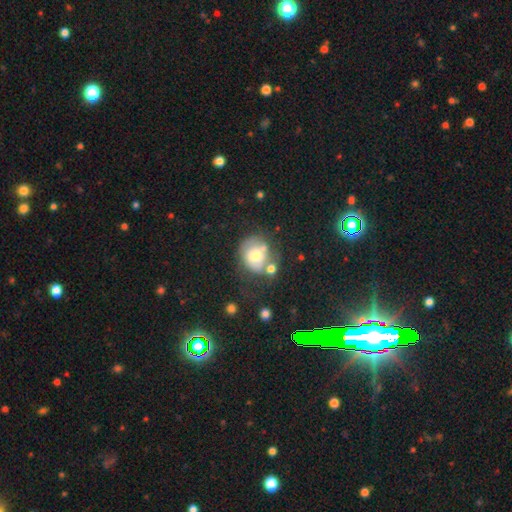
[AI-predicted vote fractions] smooth-or-featured: smooth: 55% | featured or disk: 35% | star or artifact: 10%
  how-rounded: round: 64% | in between: 35% | cigar-shaped: 1%
  merging: none: 40% | minor disturbance: 24% | merger: 20% | major disturbance: 16%